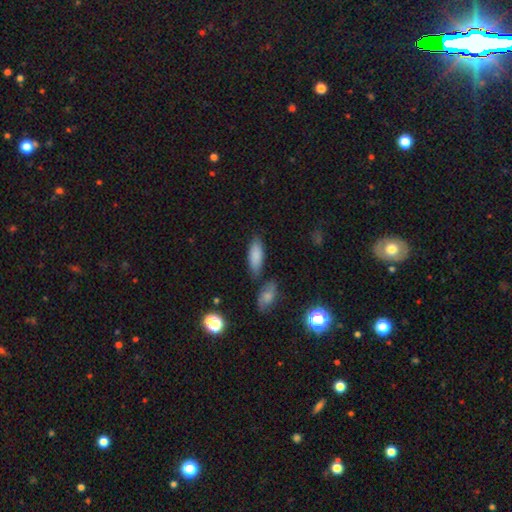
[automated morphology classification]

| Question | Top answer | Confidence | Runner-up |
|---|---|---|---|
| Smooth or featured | smooth | 84% | featured or disk (8%) |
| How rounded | in between | 74% | cigar-shaped (24%) |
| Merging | none | 72% | minor disturbance (15%) |